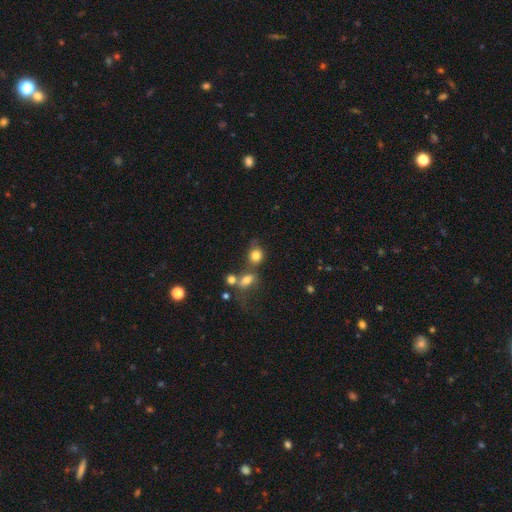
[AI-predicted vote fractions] Overall: smooth (79%). How rounded: round (71%). Merging: none (49%; merger 29%).